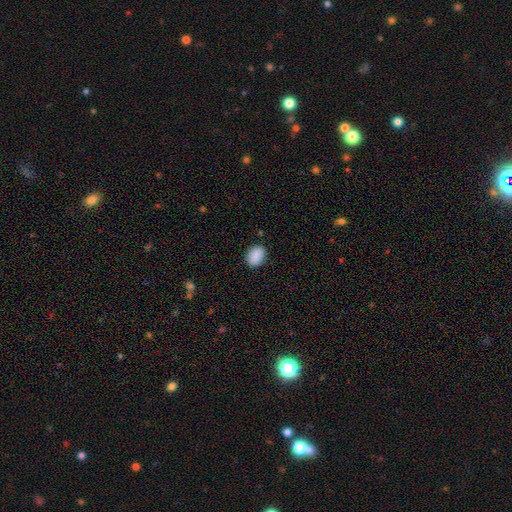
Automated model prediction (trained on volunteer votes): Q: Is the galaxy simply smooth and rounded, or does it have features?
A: smooth — 90%.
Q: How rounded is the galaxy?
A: in between — 71%.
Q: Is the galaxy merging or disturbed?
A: none — 86%.